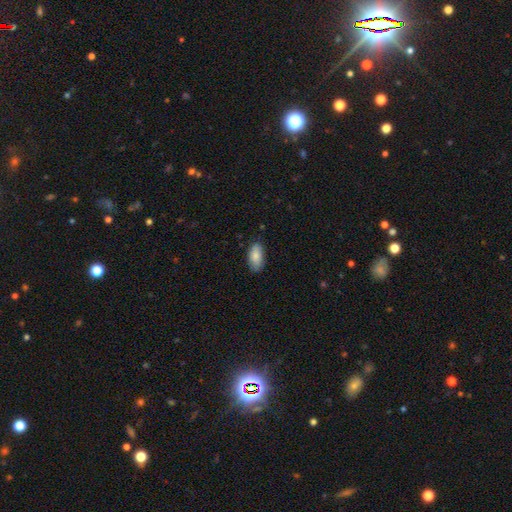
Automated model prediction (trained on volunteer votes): smooth 84%, featured or disk 10%, star or artifact 6%. Down the decision tree: how rounded — in between (93%); merging — none (82%).